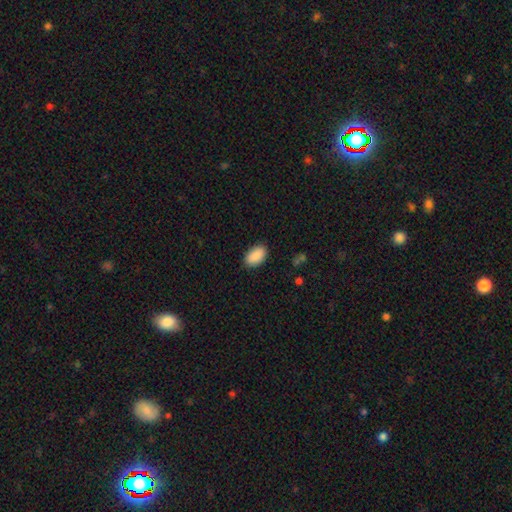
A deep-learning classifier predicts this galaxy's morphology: Smooth or featured? Predicted: smooth (p=0.90). How rounded? Predicted: in between (p=0.94). Merging? Predicted: none (p=0.87).